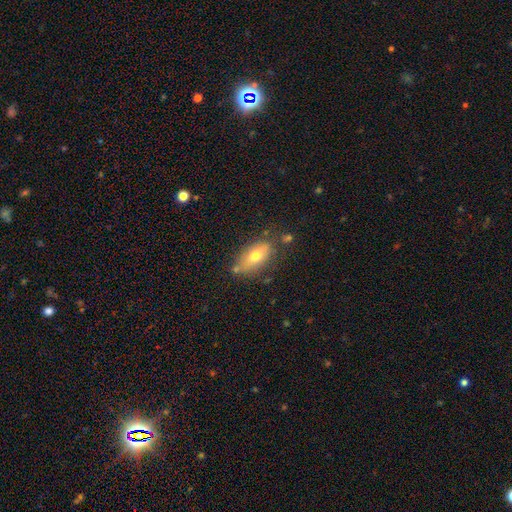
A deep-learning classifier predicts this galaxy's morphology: Smooth or featured? smooth (69%)
How rounded? in between (87%)
Merging? none (69%)